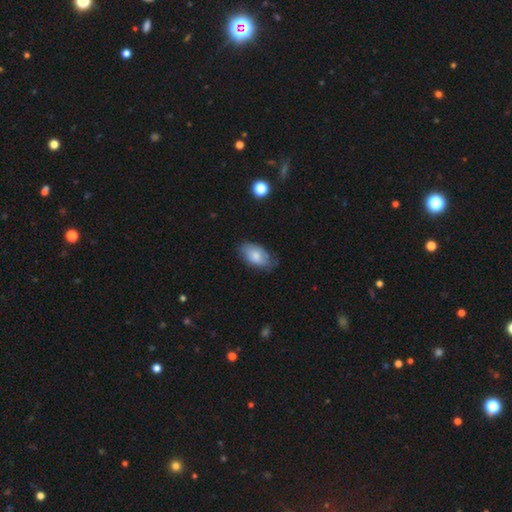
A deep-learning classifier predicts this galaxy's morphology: A smooth galaxy with no disk features (72%) that is in between round and cigar-shaped (93%).

Vote fractions:
- Smooth or featured? smooth: 72% / featured or disk: 21% / star or artifact: 7%
- How rounded? in between: 93% / round: 4% / cigar-shaped: 2%
- Merging? none: 65% / minor disturbance: 28% / major disturbance: 6% / merger: 1%